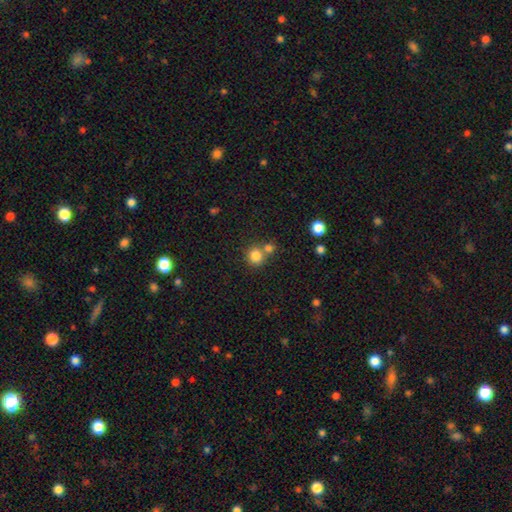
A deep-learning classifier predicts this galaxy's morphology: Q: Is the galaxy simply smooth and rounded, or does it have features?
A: smooth — 82%.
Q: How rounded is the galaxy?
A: round — 89%.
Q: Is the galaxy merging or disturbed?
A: none — 57%.